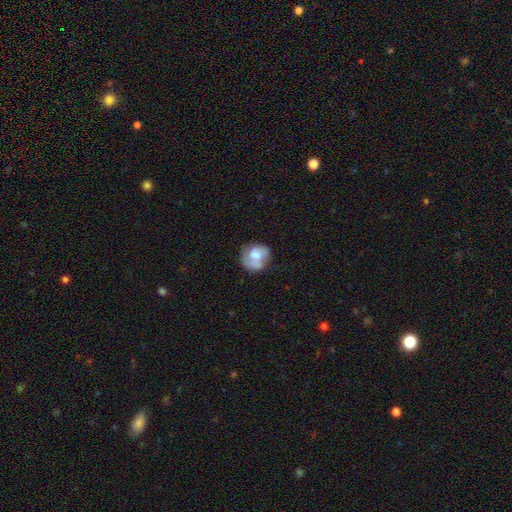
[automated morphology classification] type=smooth (52%); roundness=round (69%); merging=none (48%).